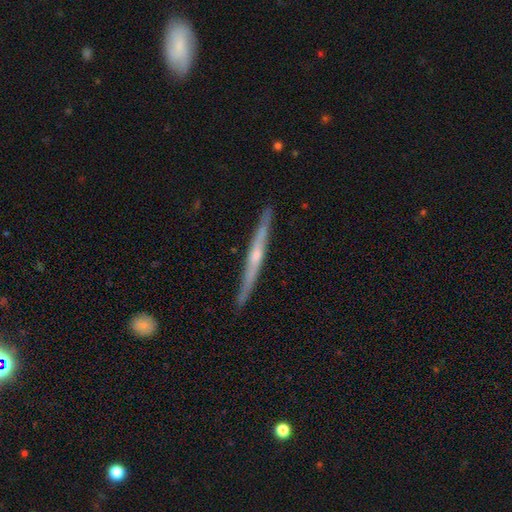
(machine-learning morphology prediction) Smooth or featured? featured or disk (76%)
Edge-on disk? yes (97%)
Edge-on bulge? rounded (66%)
Merging? none (90%)